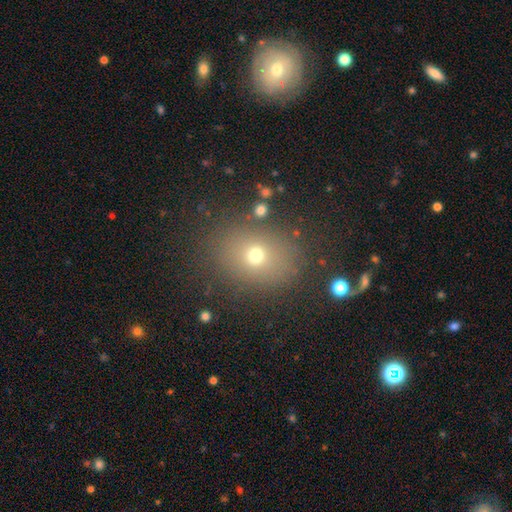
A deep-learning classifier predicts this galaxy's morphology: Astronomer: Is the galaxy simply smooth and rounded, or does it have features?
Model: smooth — 67%.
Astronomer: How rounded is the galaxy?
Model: round — 51% (runner-up: in between, 48%).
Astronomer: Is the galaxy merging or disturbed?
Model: none — 82%.